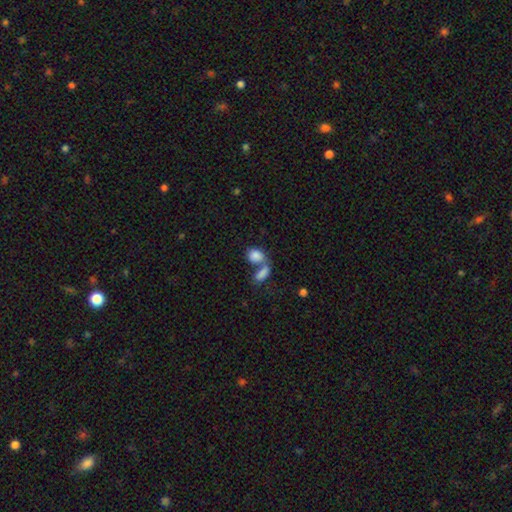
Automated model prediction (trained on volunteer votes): A smooth galaxy with no disk features (84%) that is in between round and cigar-shaped (68%). Merging: merger (61%).